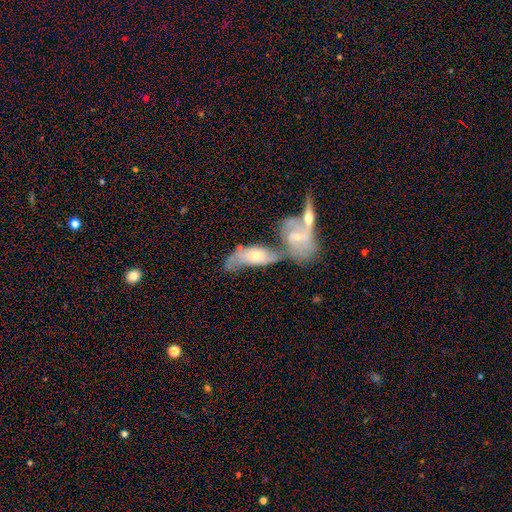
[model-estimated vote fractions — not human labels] Smooth or featured: featured or disk — 61% (smooth — 31%)
Edge-on disk: no — 85% (yes — 15%)
Bar: no — 72% (weak — 21%)
Spiral arms: yes — 71% (no — 29%)
Bulge size: small — 51% (moderate — 43%)
Merging: merger — 59% (none — 17%)